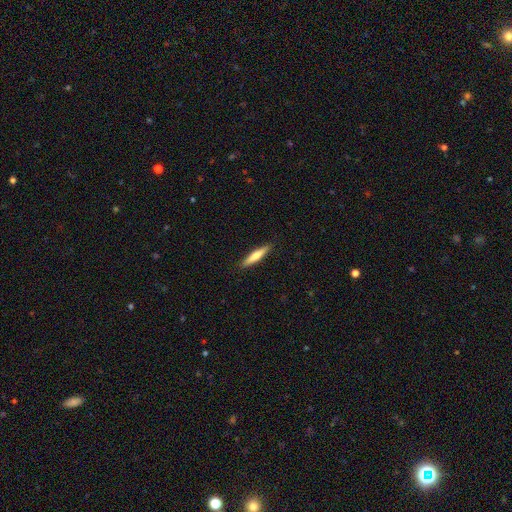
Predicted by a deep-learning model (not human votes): The model was most divided on "smooth or featured": smooth: 58%, featured or disk: 36%, star or artifact: 5%. More confident: merging — none (91%); how rounded — cigar-shaped (88%).